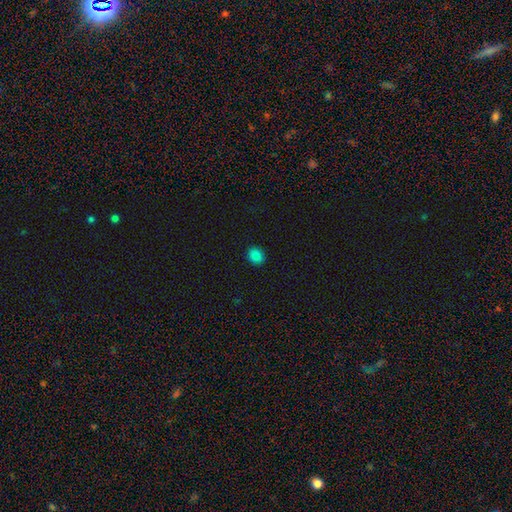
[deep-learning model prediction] Smooth or featured: smooth — 85% (star or artifact — 13%)
How rounded: round — 64% (in between — 35%)
Merging: none — 90% (minor disturbance — 7%)